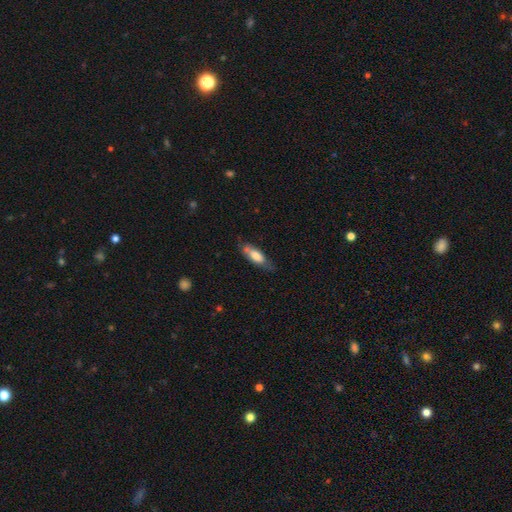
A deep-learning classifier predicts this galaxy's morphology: type=smooth (65%); roundness=in between (60%); merging=none (64%).